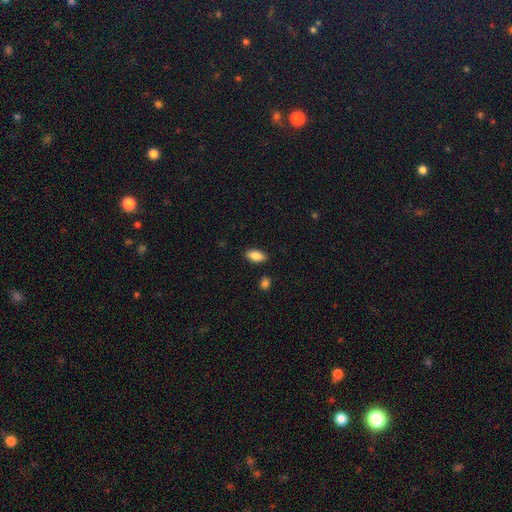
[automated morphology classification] Smooth or featured? Predicted: smooth (p=0.85). How rounded? Predicted: in between (p=0.90). Merging? Predicted: none (p=0.87).